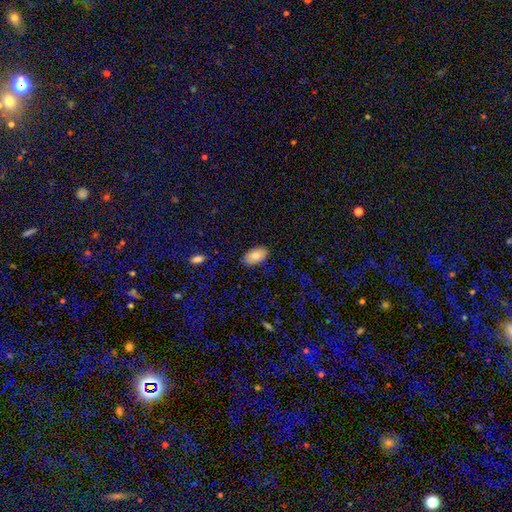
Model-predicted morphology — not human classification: A smooth galaxy with no disk features (84%) that is in between round and cigar-shaped (94%).

Vote fractions:
- Smooth or featured? smooth: 84% / featured or disk: 9% / star or artifact: 7%
- How rounded? in between: 94% / round: 3% / cigar-shaped: 2%
- Merging? none: 86% / minor disturbance: 11% / major disturbance: 2% / merger: 1%